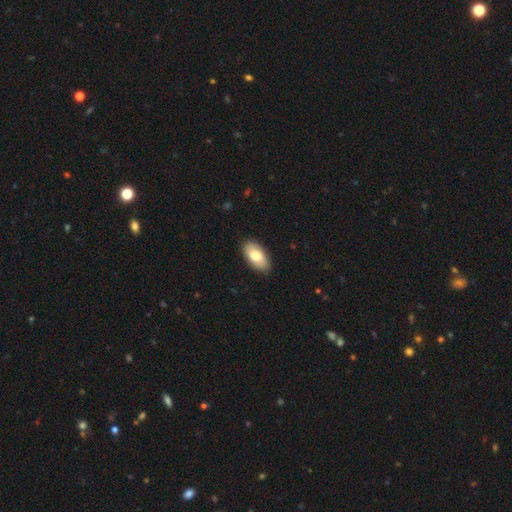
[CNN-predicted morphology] type=smooth (78%); roundness=in between (94%); merging=none (88%).